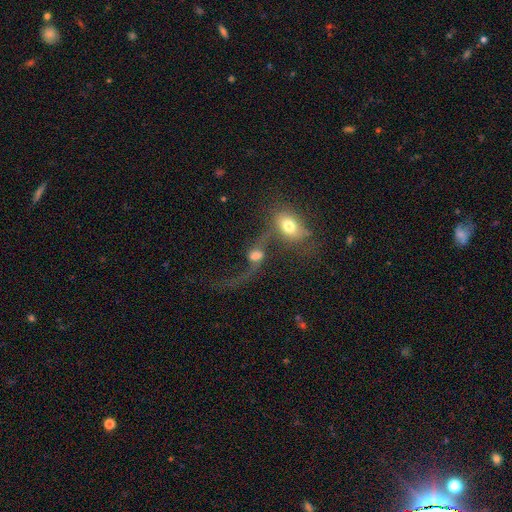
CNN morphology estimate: Smooth or featured?
  - featured or disk: 53% *
  - smooth: 34%
  - star or artifact: 12%
Edge-on disk?
  - no: 91% *
  - yes: 9%
Merging?
  - merger: 57% *
  - none: 18%
  - major disturbance: 18%
  - minor disturbance: 8%